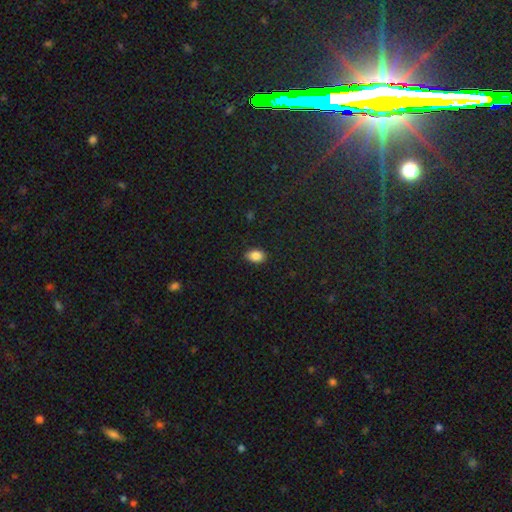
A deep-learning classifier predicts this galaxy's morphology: smooth 87%, star or artifact 9%, featured or disk 4%. Down the decision tree: how rounded — in between (83%); merging — none (85%).